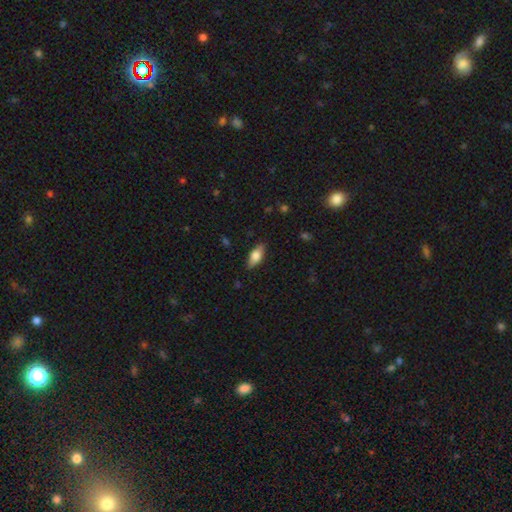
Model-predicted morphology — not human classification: Smooth or featured? smooth (69%)
How rounded? in between (81%)
Merging? none (85%)